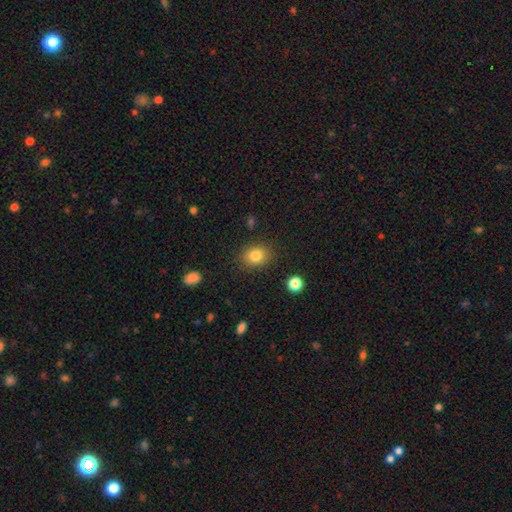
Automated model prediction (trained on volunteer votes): Morphology: type=smooth (83%); roundness=round (51%); merging=none (85%).